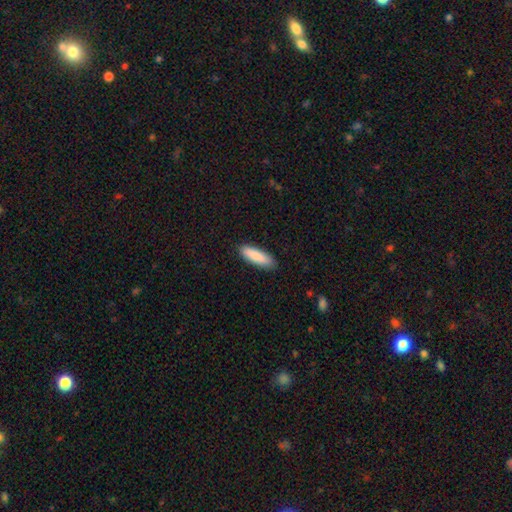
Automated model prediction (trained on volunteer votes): The model was most divided on "how rounded": cigar-shaped: 54%, in between: 44%, round: 1%. More confident: merging — none (89%); smooth or featured — smooth (88%).